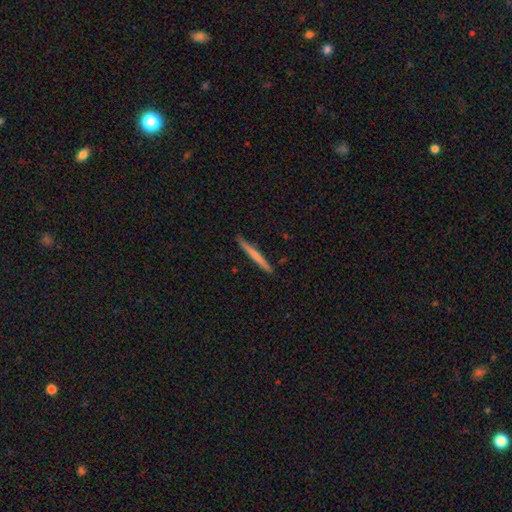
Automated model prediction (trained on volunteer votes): smooth-or-featured: smooth: 57% | featured or disk: 38% | star or artifact: 5%
  how-rounded: cigar-shaped: 97% | in between: 2% | round: 1%
  merging: none: 91% | minor disturbance: 7% | major disturbance: 1% | merger: 1%